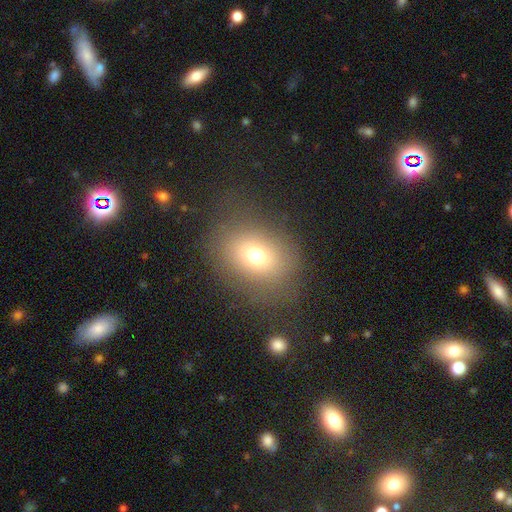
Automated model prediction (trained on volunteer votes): A smooth galaxy with no disk features (70%) that is round (50%).

Vote fractions:
- Smooth or featured? smooth: 70% / star or artifact: 15% / featured or disk: 15%
- How rounded? round: 50% / in between: 49% / cigar-shaped: 1%
- Merging? none: 74% / minor disturbance: 14% / major disturbance: 10% / merger: 2%